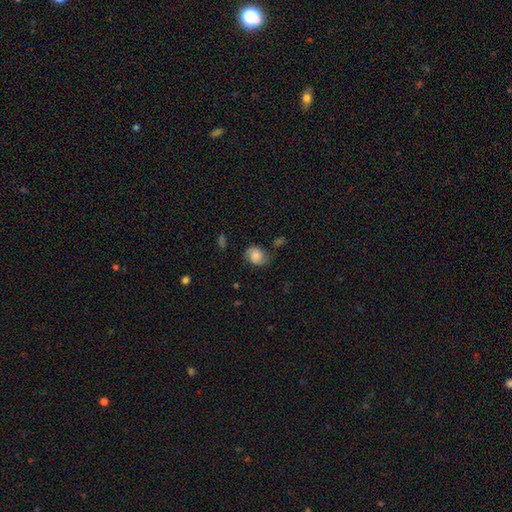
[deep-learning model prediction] Smooth or featured: smooth — 60% (featured or disk — 31%)
How rounded: round — 50% (in between — 48%)
Merging: none — 65% (minor disturbance — 25%)